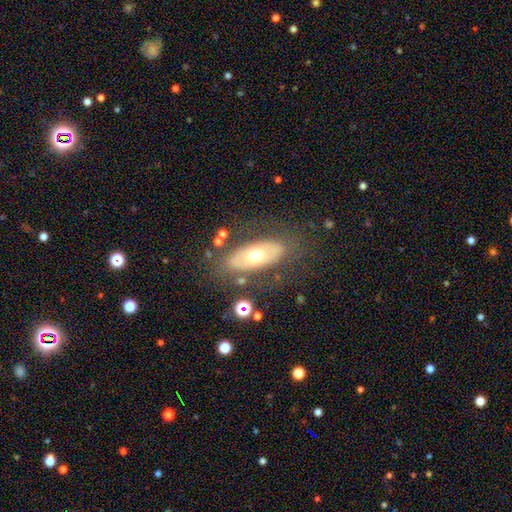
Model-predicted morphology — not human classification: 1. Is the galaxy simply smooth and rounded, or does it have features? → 50% smooth, 42% featured or disk, 8% star or artifact.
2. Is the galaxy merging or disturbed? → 75% none, 14% minor disturbance, 8% major disturbance, 3% merger.